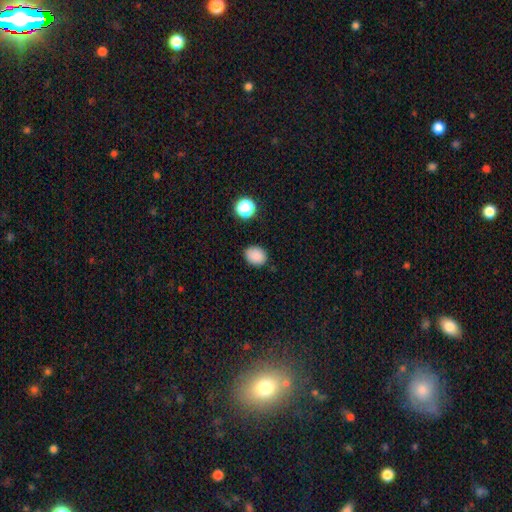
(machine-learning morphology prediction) A smooth galaxy with no disk features (86%) that is in between round and cigar-shaped (51%). Merging: none (84%).